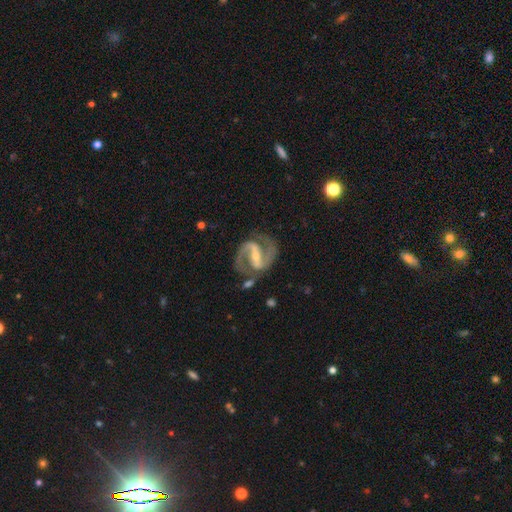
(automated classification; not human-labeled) This is clearly a featured or disk galaxy (93%). It is clearly not viewed edge-on (98%). Bar: likely strong (61%). Spiral arm pattern: clearly yes (98%). Spiral arm count: clearly 2 (94%). Spiral winding: likely medium (65%). Central bulge: likely small (60%). Merging: likely none (78%).